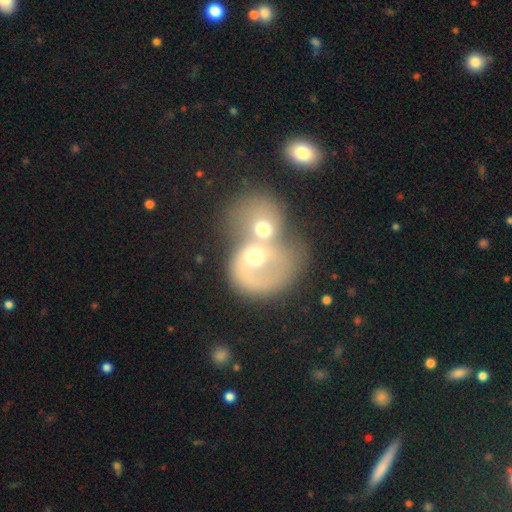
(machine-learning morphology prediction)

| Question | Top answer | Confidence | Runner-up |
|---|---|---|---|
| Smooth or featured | featured or disk | 57% | smooth (34%) |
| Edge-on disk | no | 97% | yes (3%) |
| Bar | no | 75% | weak (19%) |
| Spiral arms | yes | 57% | no (43%) |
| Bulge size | moderate | 66% | small (20%) |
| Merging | merger | 80% | none (10%) |